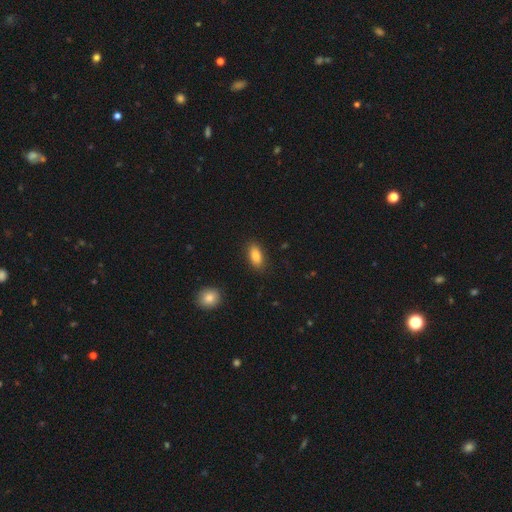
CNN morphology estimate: smooth-or-featured: smooth: 87% | star or artifact: 8% | featured or disk: 5%
  how-rounded: in between: 89% | cigar-shaped: 7% | round: 4%
  merging: none: 87% | minor disturbance: 9% | major disturbance: 2% | merger: 1%